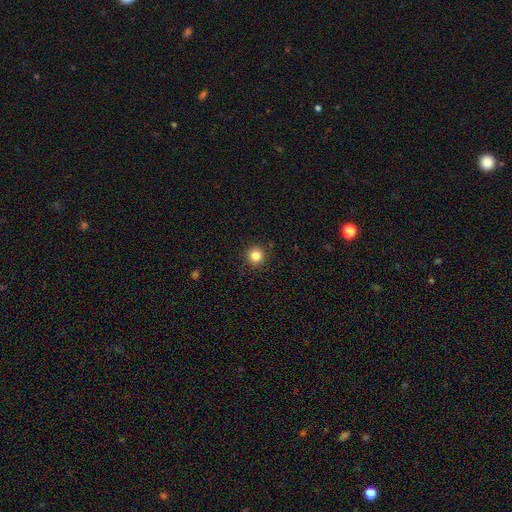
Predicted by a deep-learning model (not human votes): smooth_or_featured: smooth (p=0.83) [alt: star or artifact p=0.12]
how_rounded: round (p=0.95) [alt: in between p=0.04]
merging: none (p=0.91) [alt: minor disturbance p=0.06]